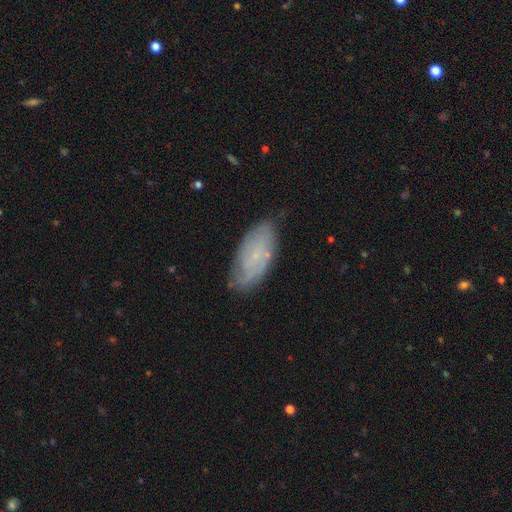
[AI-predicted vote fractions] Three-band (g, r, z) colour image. It shows a featured or disk galaxy (54%). Merging: none (73%).